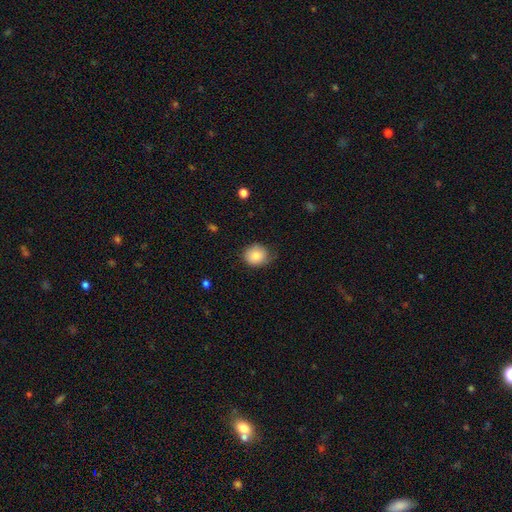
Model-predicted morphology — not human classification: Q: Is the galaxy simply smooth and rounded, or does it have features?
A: smooth — 83%.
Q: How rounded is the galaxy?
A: round — 78%.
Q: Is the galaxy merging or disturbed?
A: none — 70%.